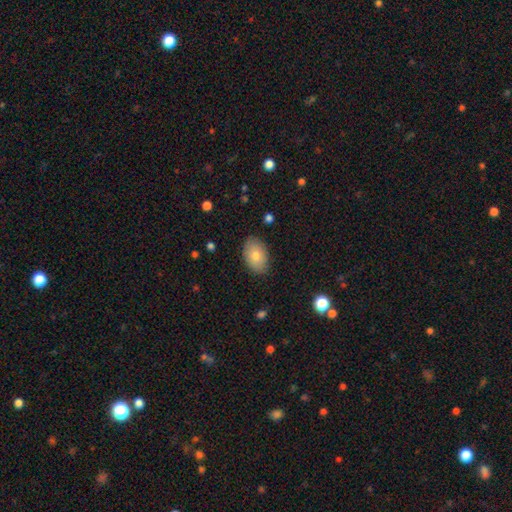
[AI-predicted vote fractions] Smooth or featured? smooth (78%)
How rounded? in between (89%)
Merging? none (87%)